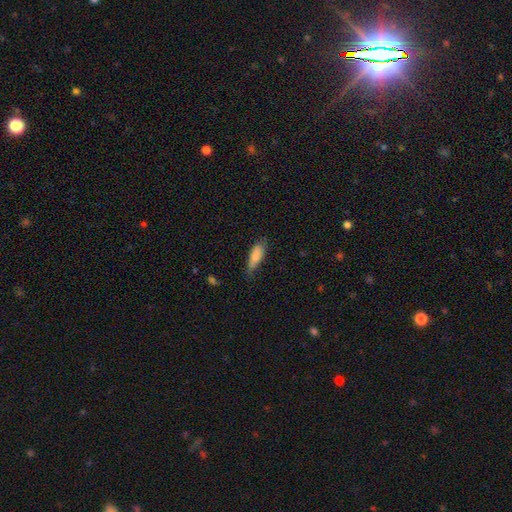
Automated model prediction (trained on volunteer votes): smooth-or-featured: smooth: 84% | featured or disk: 10% | star or artifact: 6%
  how-rounded: in between: 59% | cigar-shaped: 39% | round: 2%
  merging: none: 58% | minor disturbance: 33% | major disturbance: 7% | merger: 2%